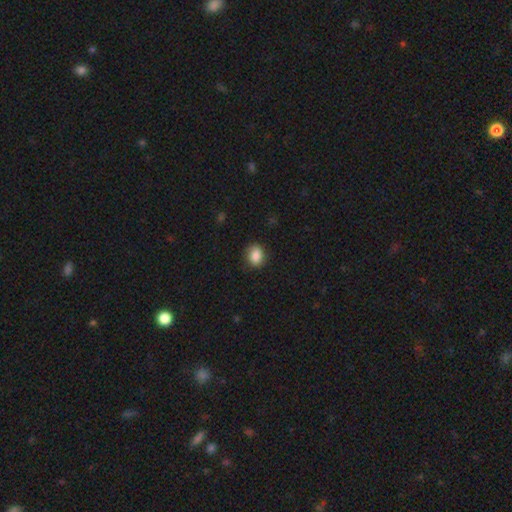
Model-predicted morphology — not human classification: Overall: smooth (86%). How rounded: round (52%; in between 47%). Merging: none (80%).